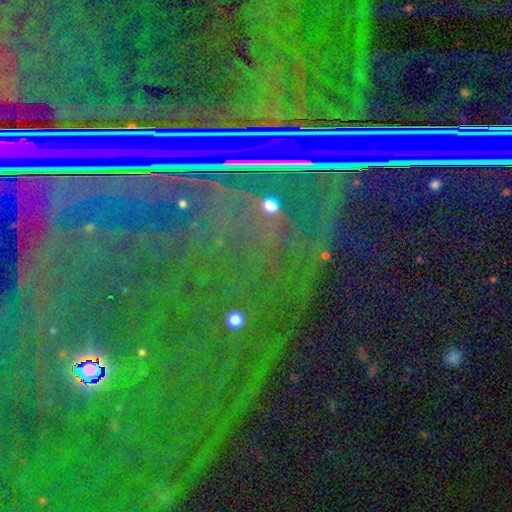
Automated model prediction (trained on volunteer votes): Q: Smooth or featured?
A: star or artifact (86%); runner-up: featured or disk (8%)